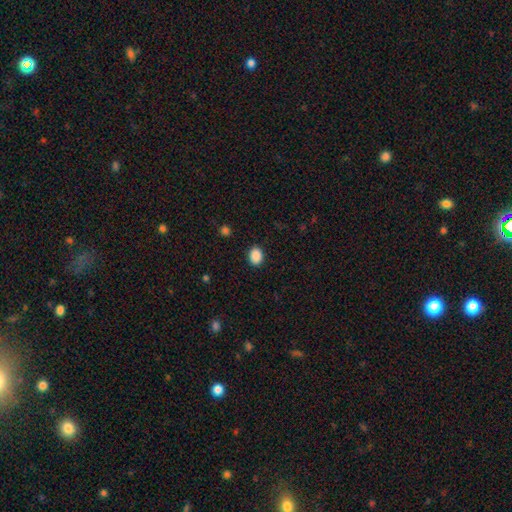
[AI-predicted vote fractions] A smooth galaxy with no disk features (89%) that is in between round and cigar-shaped (54%).

Vote fractions:
- Smooth or featured? smooth: 89% / star or artifact: 9% / featured or disk: 2%
- How rounded? in between: 54% / round: 45% / cigar-shaped: 1%
- Merging? none: 89% / minor disturbance: 8% / major disturbance: 2% / merger: 1%